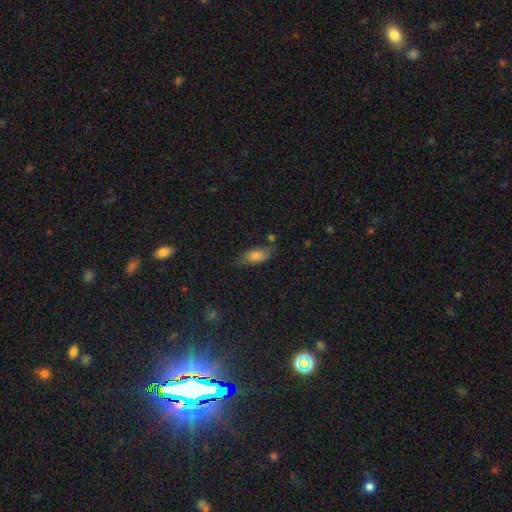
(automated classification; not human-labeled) Smooth or featured? smooth (75%)
How rounded? in between (84%)
Merging? none (59%)